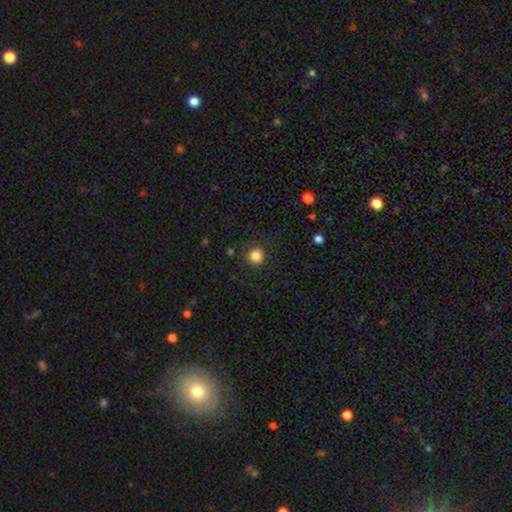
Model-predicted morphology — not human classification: A smooth galaxy with no disk features (84%) that is round (95%). Merging: none (90%).